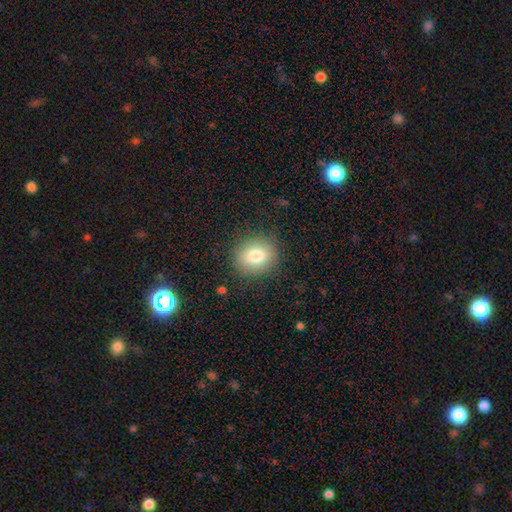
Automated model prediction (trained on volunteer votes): Smooth or featured: smooth — 80% (featured or disk — 10%)
How rounded: round — 72% (in between — 27%)
Merging: none — 87% (minor disturbance — 9%)